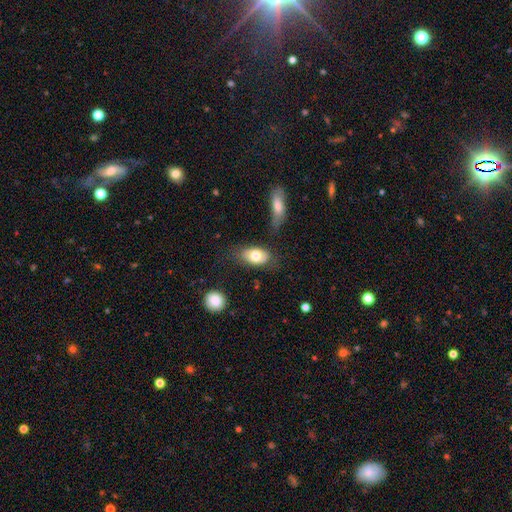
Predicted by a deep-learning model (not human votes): Smooth or featured: smooth — 71% (featured or disk — 22%)
How rounded: in between — 89% (round — 9%)
Merging: none — 65% (minor disturbance — 20%)